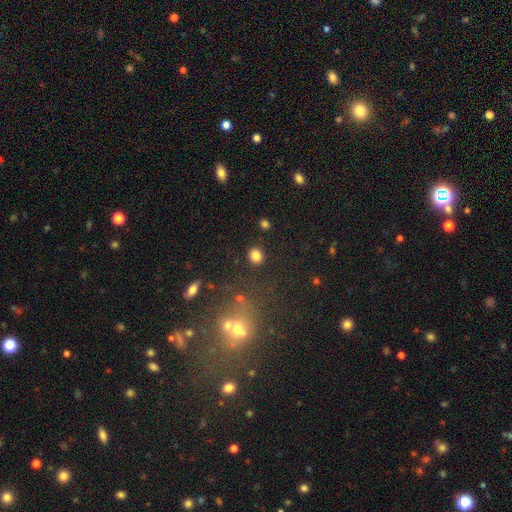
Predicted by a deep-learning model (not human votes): Morphology: type=smooth (83%); roundness=round (74%); merging=none (88%).